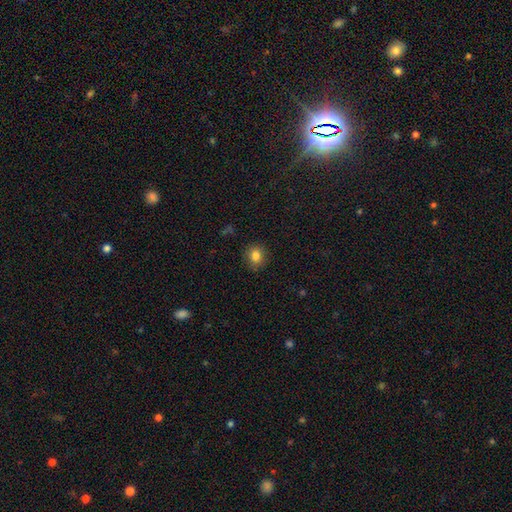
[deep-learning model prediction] Morphology: type=smooth (82%); roundness=round (78%); merging=none (88%).